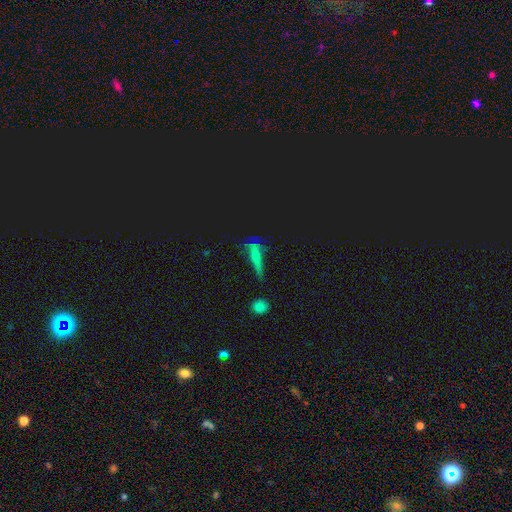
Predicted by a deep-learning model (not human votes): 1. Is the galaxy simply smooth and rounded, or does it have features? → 46% star or artifact, 29% smooth, 24% featured or disk.